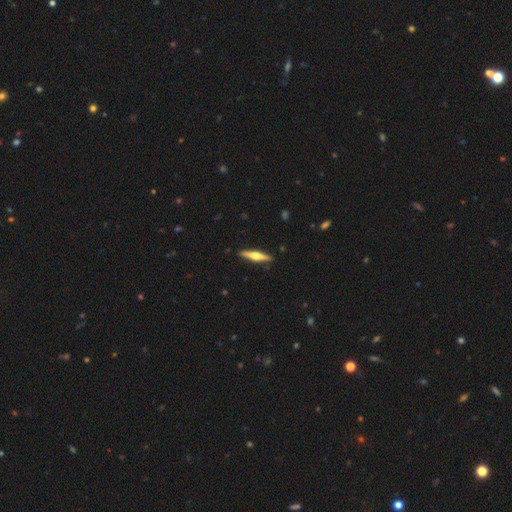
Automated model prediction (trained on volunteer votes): Morphology: type=featured or disk (63%); edge-on=yes (97%); edge-on bulge=rounded (92%); merging=none (90%).